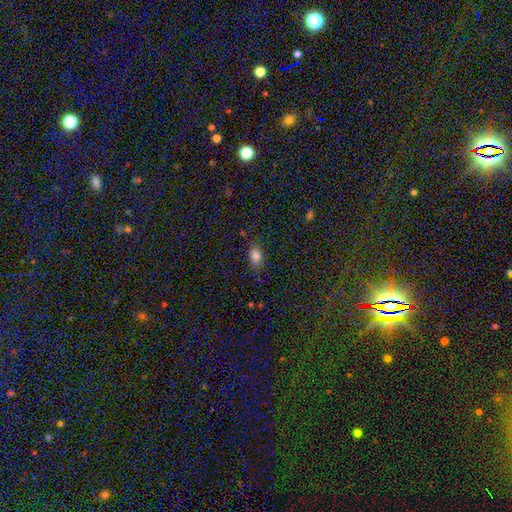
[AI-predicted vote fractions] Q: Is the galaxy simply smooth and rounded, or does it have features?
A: smooth — 83%.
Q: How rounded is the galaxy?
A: in between — 85%.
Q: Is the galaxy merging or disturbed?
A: none — 82%.